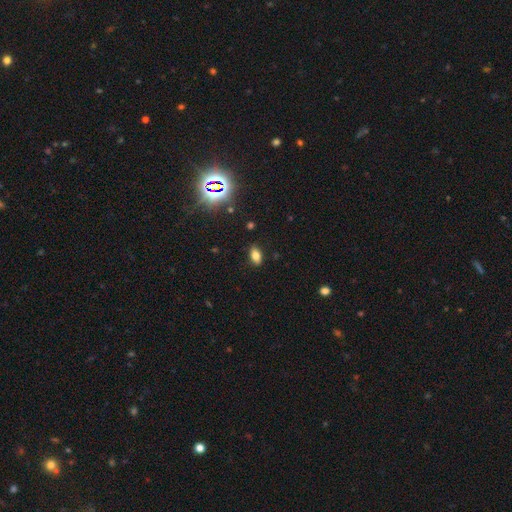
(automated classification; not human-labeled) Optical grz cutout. It shows a smooth galaxy with no disk features (75%) that is in between round and cigar-shaped (88%). Merging: none (86%).